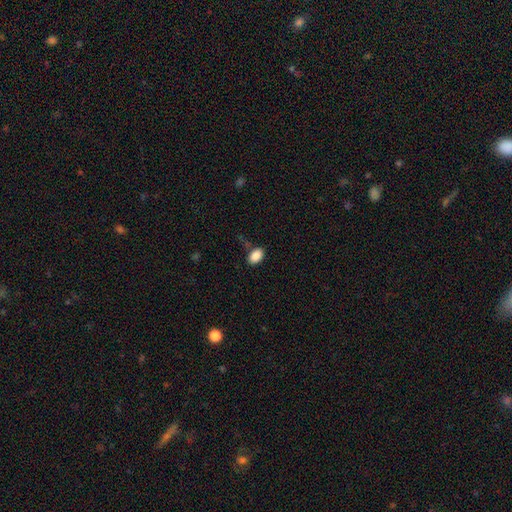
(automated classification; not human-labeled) smooth_or_featured: smooth (p=0.88) [alt: star or artifact p=0.08]
how_rounded: in between (p=0.91) [alt: round p=0.08]
merging: none (p=0.79) [alt: minor disturbance p=0.15]